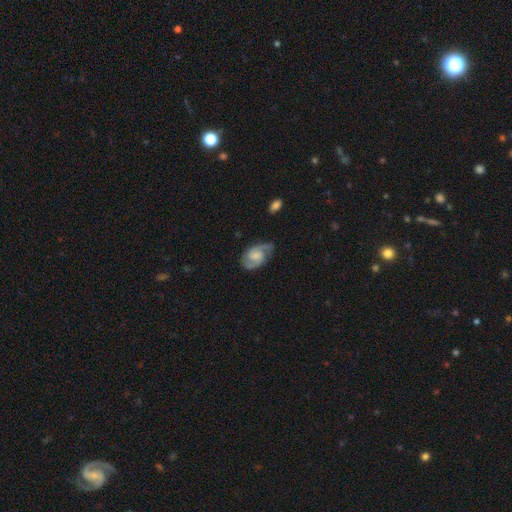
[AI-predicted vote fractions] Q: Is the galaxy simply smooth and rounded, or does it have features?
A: featured or disk — 82%.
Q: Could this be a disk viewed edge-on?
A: no — 97%.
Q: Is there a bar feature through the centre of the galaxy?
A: no — 47%.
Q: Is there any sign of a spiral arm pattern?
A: yes — 96%.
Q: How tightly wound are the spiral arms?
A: medium — 53%.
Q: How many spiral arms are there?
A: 2 — 89%.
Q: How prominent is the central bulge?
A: small — 33%.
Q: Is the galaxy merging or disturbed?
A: none — 73%.